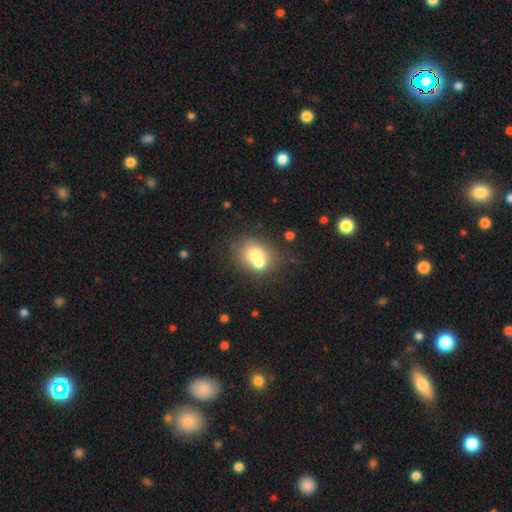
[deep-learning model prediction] smooth-or-featured: smooth: 66% | featured or disk: 23% | star or artifact: 11%
  how-rounded: round: 64% | in between: 35% | cigar-shaped: 1%
  merging: merger: 52% | none: 35% | minor disturbance: 9% | major disturbance: 4%